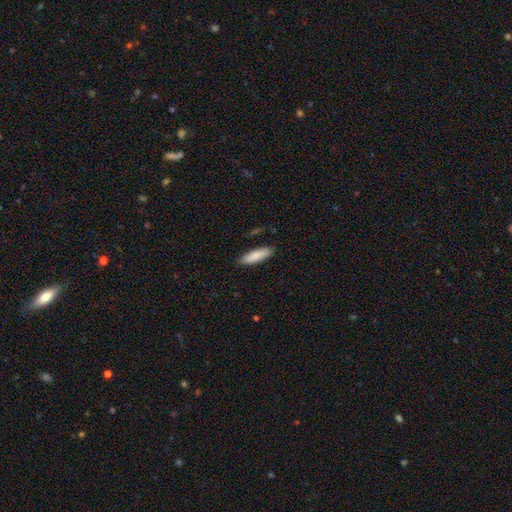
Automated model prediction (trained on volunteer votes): This is clearly a smooth galaxy (84%). How rounded: likely cigar-shaped (60%). Merging: clearly none (86%).